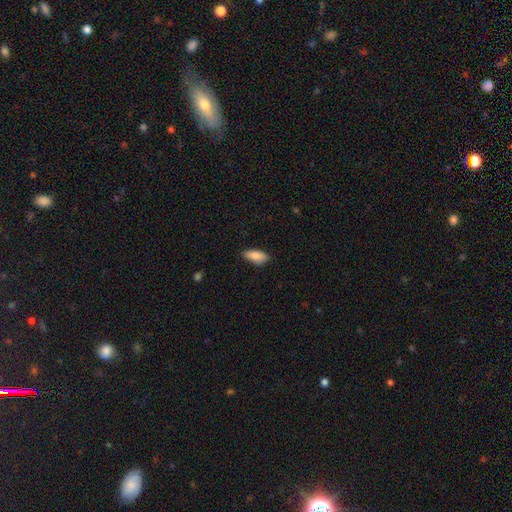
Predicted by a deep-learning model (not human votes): Smooth or featured? Predicted: smooth (p=0.86). How rounded? Predicted: in between (p=0.84). Merging? Predicted: none (p=0.81).